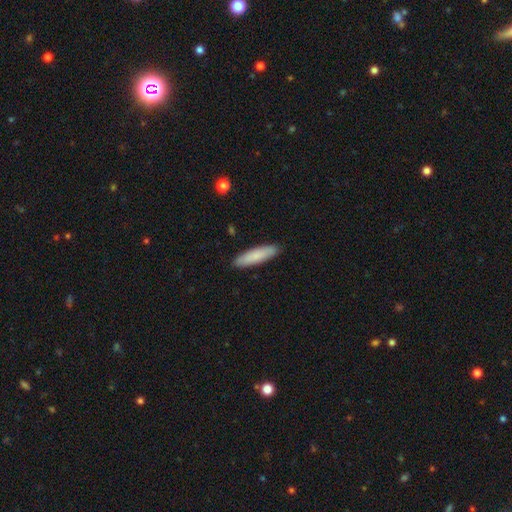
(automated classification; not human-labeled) smooth_or_featured: smooth (p=0.83) [alt: featured or disk p=0.12]
how_rounded: cigar-shaped (p=0.76) [alt: in between p=0.23]
merging: none (p=0.90) [alt: minor disturbance p=0.08]